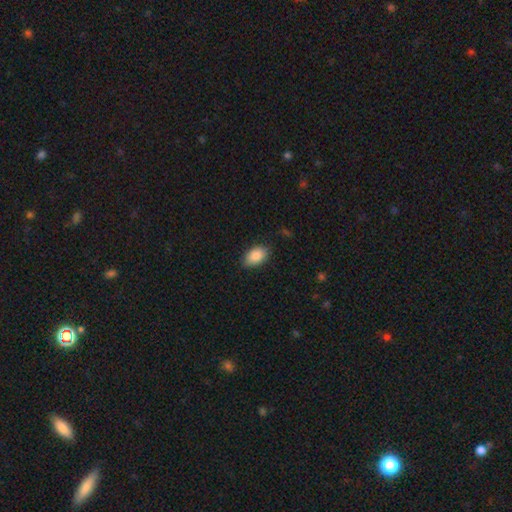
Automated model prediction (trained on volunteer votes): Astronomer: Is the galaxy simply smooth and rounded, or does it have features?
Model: smooth — 88%.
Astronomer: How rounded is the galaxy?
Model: in between — 90%.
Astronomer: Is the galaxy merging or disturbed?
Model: none — 81%.